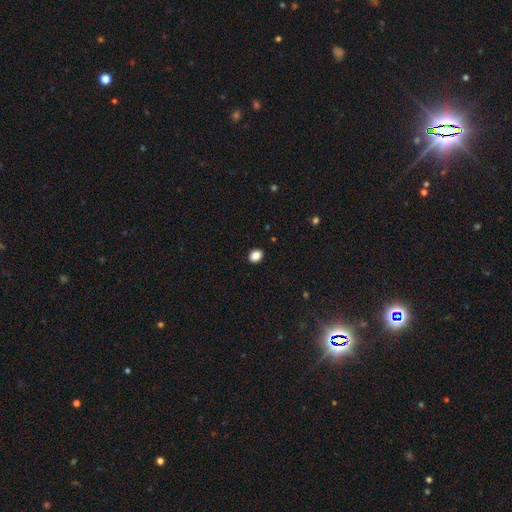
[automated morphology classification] Smooth or featured?
  - smooth: 87% *
  - star or artifact: 10%
  - featured or disk: 3%
How rounded?
  - in between: 52% *
  - round: 47%
  - cigar-shaped: 1%
Merging?
  - none: 91% *
  - minor disturbance: 7%
  - major disturbance: 2%
  - merger: 1%